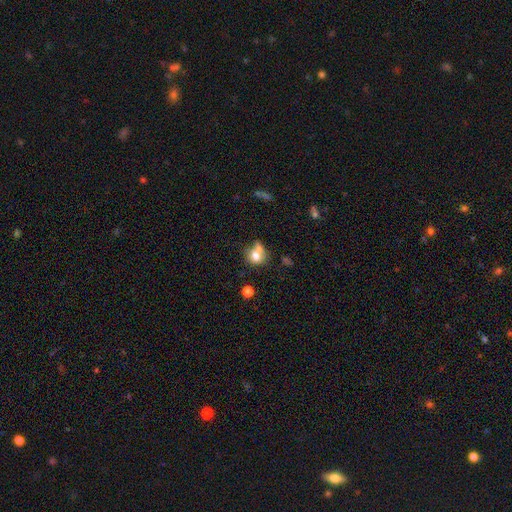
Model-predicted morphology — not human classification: Smooth or featured?
  - smooth: 72% *
  - featured or disk: 17%
  - star or artifact: 11%
How rounded?
  - round: 66% *
  - in between: 33%
  - cigar-shaped: 1%
Merging?
  - merger: 40% *
  - none: 37%
  - minor disturbance: 14%
  - major disturbance: 9%